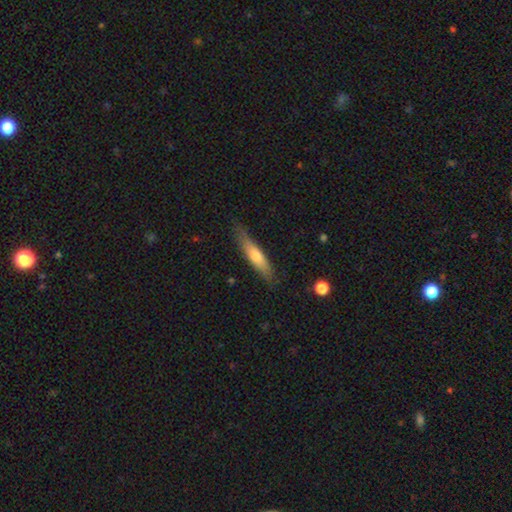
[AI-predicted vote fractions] This appears to be a smooth galaxy with no disk features (62%) that is cigar-shaped (81%). Merging: none (78%).